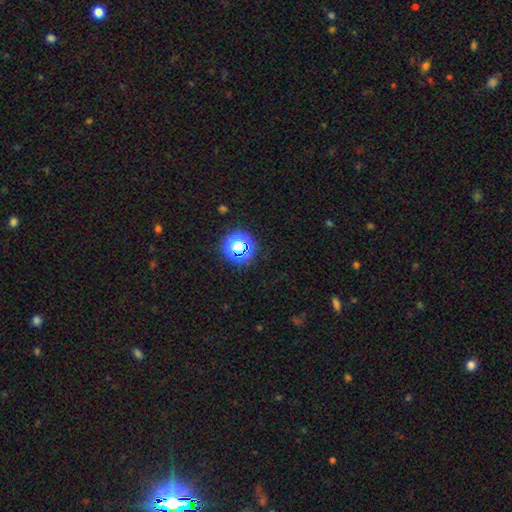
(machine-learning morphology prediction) This is likely a star or artifact rather than a galaxy (65%).